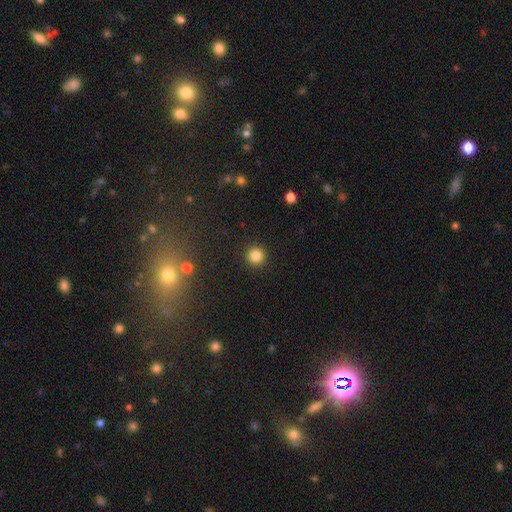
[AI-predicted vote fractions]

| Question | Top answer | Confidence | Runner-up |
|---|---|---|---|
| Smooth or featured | smooth | 84% | star or artifact (12%) |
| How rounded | round | 95% | in between (4%) |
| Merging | none | 92% | minor disturbance (5%) |